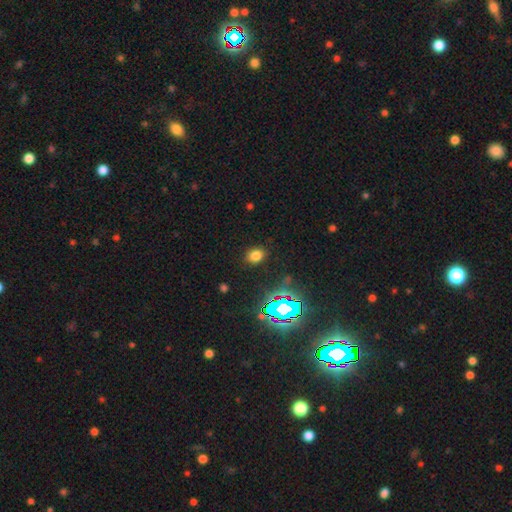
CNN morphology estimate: Smooth or featured: smooth — 72% (star or artifact — 21%)
How rounded: in between — 64% (round — 35%)
Merging: none — 87% (minor disturbance — 9%)